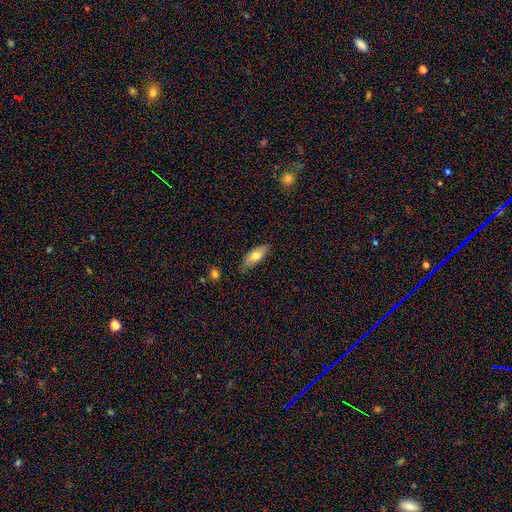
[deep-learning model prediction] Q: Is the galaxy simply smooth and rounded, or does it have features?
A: smooth — 71%.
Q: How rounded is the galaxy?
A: in between — 76%.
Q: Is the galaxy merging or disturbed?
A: none — 80%.